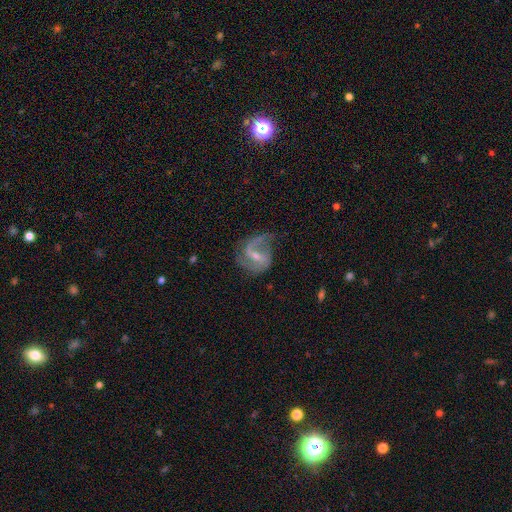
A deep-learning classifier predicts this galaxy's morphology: smooth-or-featured: featured or disk: 85% | smooth: 8% | star or artifact: 7%
  disk-edge-on: no: 97% | yes: 3%
    bar: weak: 47% | strong: 35% | no: 18%
    has-spiral-arms: yes: 94% | no: 6%
      spiral-winding: medium: 46% | loose: 40% | tight: 15%
      spiral-arm-count: 2: 72% | 1: 17% | can't tell: 6% | 3: 3% | 4: 1% | more than 4: 1%
    bulge-size: small: 60% | moderate: 34% | none: 4% | large: 1% | dominant: 1%
  merging: none: 58% | minor disturbance: 23% | major disturbance: 17% | merger: 2%